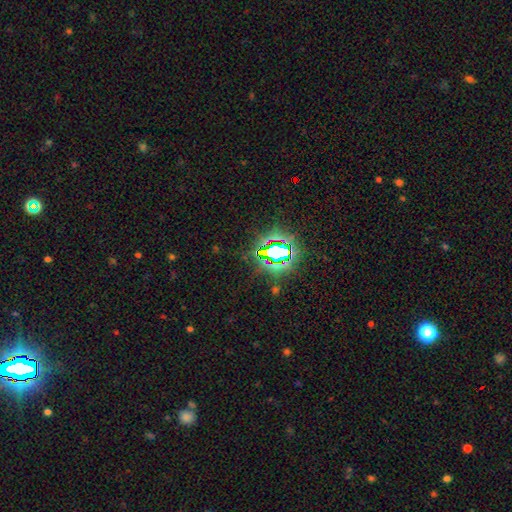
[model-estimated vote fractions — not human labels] The model was most divided on "smooth or featured": star or artifact: 80%, smooth: 12%, featured or disk: 8%.